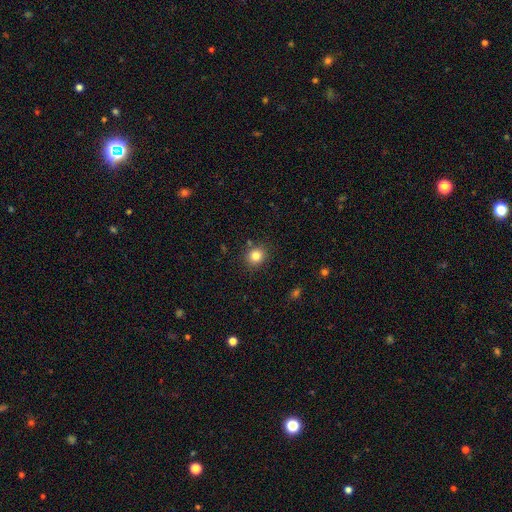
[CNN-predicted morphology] Smooth or featured? Predicted: smooth (p=0.83). How rounded? Predicted: round (p=0.81). Merging? Predicted: none (p=0.86).